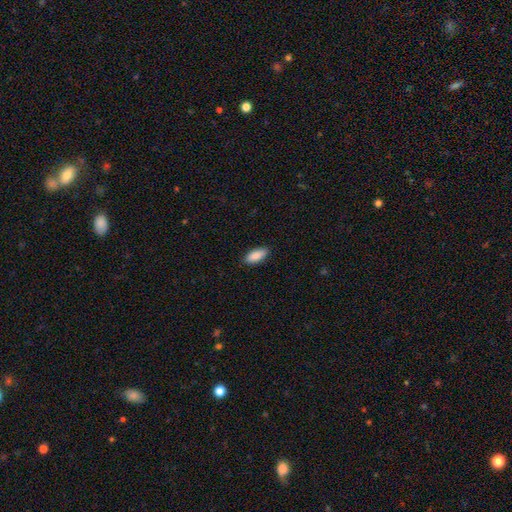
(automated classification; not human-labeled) Q: Smooth or featured?
A: smooth (89%); runner-up: star or artifact (6%)
Q: How rounded?
A: in between (84%); runner-up: cigar-shaped (14%)
Q: Merging?
A: none (89%); runner-up: minor disturbance (9%)